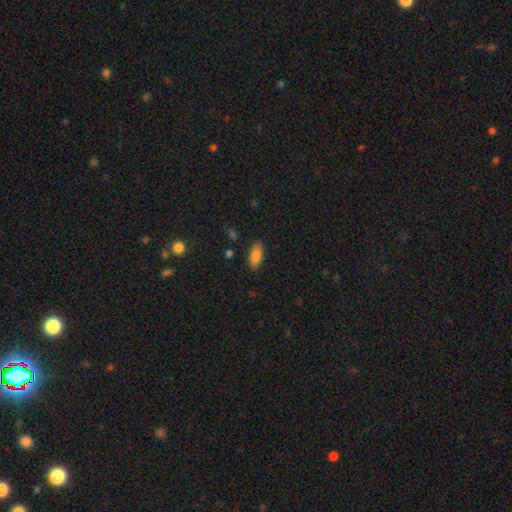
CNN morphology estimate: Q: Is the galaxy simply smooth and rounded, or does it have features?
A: smooth — 85%.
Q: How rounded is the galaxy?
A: in between — 87%.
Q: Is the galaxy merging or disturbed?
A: none — 85%.